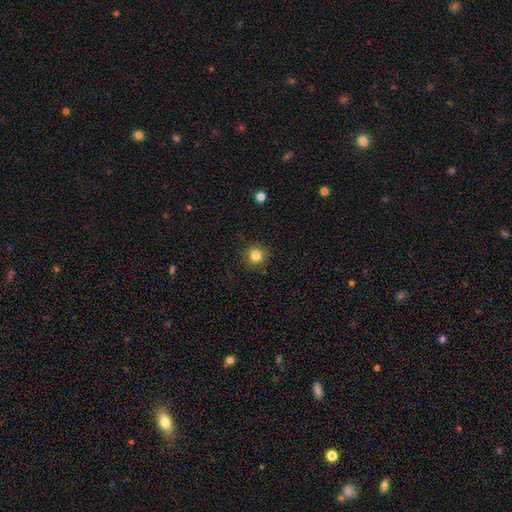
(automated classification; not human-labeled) Smooth or featured? Predicted: smooth (p=0.82). How rounded? Predicted: round (p=0.94). Merging? Predicted: none (p=0.90).